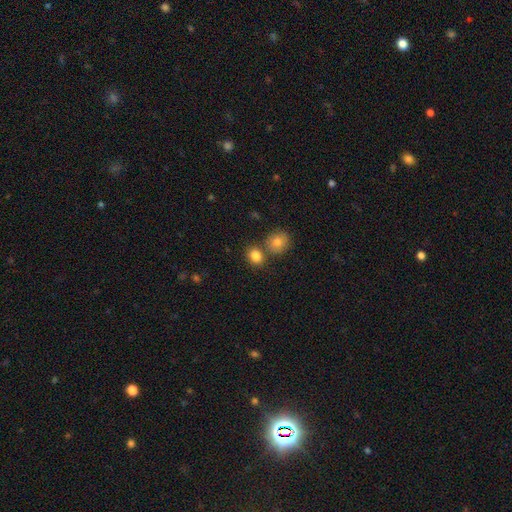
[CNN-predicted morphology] smooth 83%, star or artifact 11%, featured or disk 6%. Down the decision tree: how rounded — round (59%); merging — none (62%).